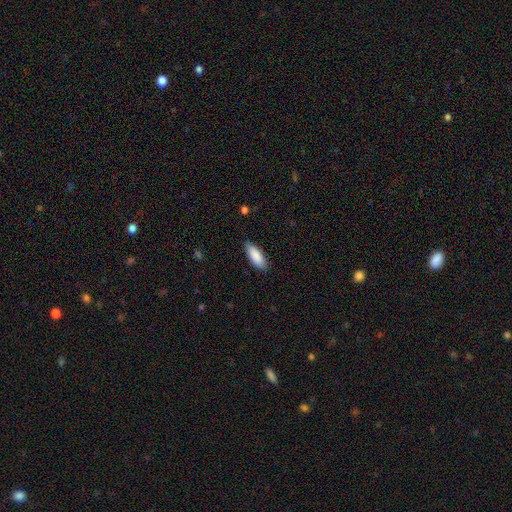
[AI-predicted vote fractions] A smooth galaxy with no disk features (89%) that is in between round and cigar-shaped (76%). Merging: none (83%).